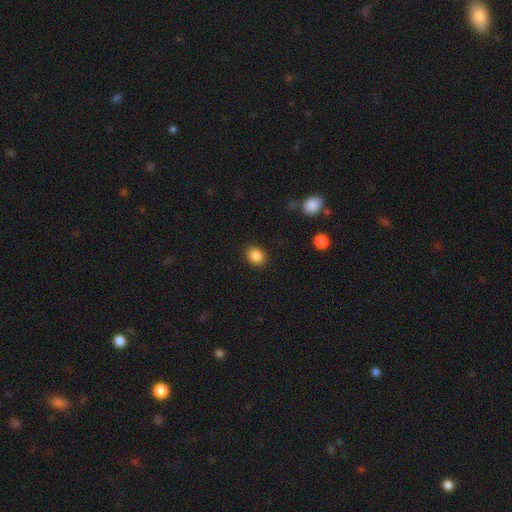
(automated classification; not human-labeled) Smooth or featured?
  - smooth: 87% *
  - star or artifact: 9%
  - featured or disk: 4%
How rounded?
  - round: 55% *
  - in between: 44%
  - cigar-shaped: 1%
Merging?
  - none: 88% *
  - minor disturbance: 8%
  - major disturbance: 3%
  - merger: 1%